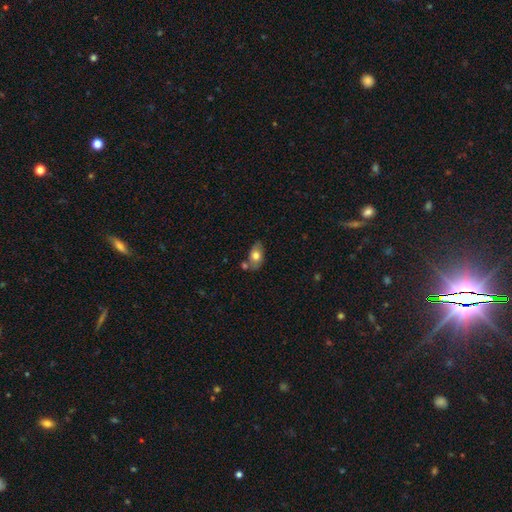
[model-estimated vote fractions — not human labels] Smooth or featured?
  - smooth: 72% *
  - featured or disk: 20%
  - star or artifact: 7%
How rounded?
  - in between: 86% *
  - round: 12%
  - cigar-shaped: 2%
Merging?
  - none: 59% *
  - minor disturbance: 19%
  - merger: 17%
  - major disturbance: 5%